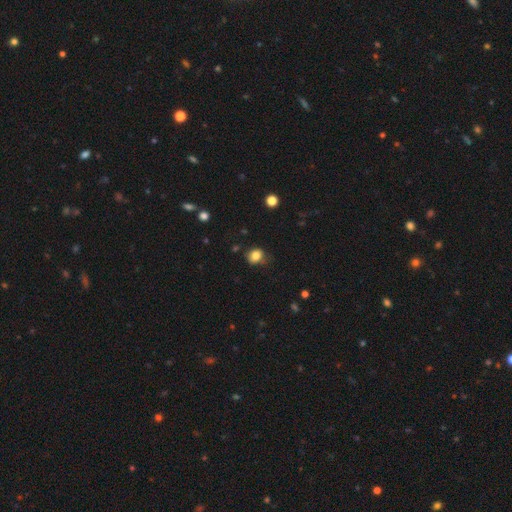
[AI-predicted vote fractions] Smooth or featured? smooth (82%)
How rounded? round (71%)
Merging? none (71%)